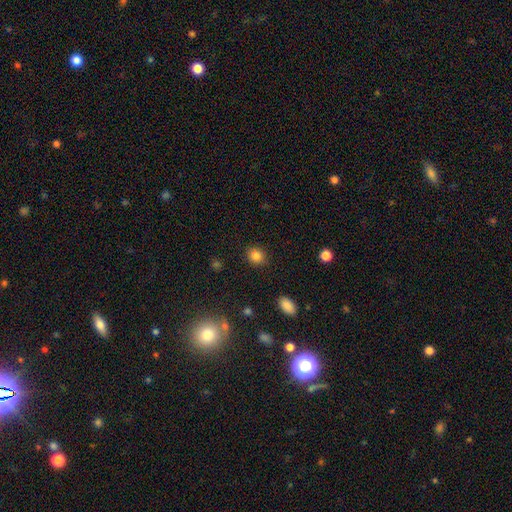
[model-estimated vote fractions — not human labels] Morphology: type=smooth (84%); roundness=round (74%); merging=none (87%).